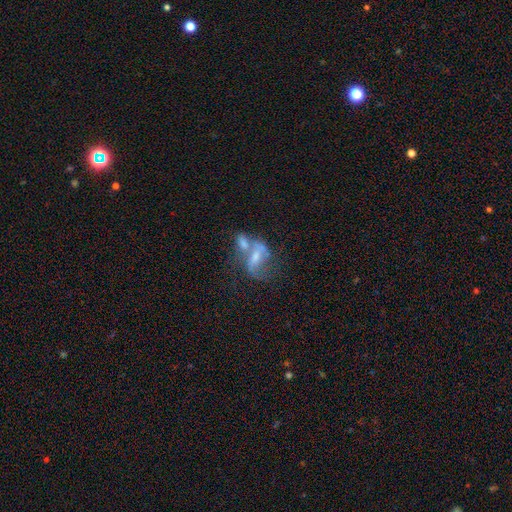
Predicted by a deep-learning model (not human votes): Overall: featured or disk (63%; smooth 26%). Edge-on disk: no (94%). Bar: weak (39%; no 37%). Spiral arms: yes (66%; no 34%). Bulge size: moderate (40%; small 37%). Merging: merger (53%; none 20%).